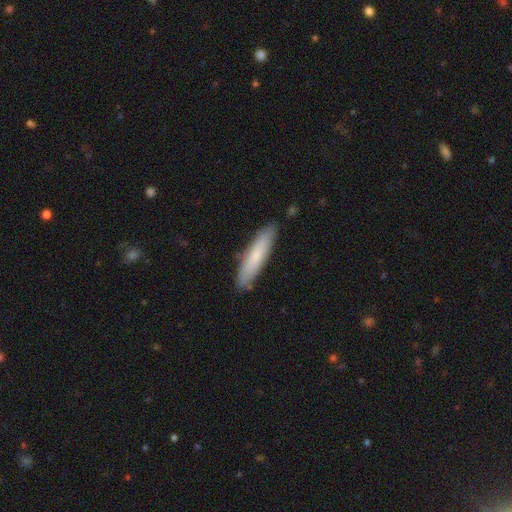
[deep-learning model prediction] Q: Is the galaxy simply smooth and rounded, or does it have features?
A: smooth — 73%.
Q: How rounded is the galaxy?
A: cigar-shaped — 84%.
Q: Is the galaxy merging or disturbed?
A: none — 88%.